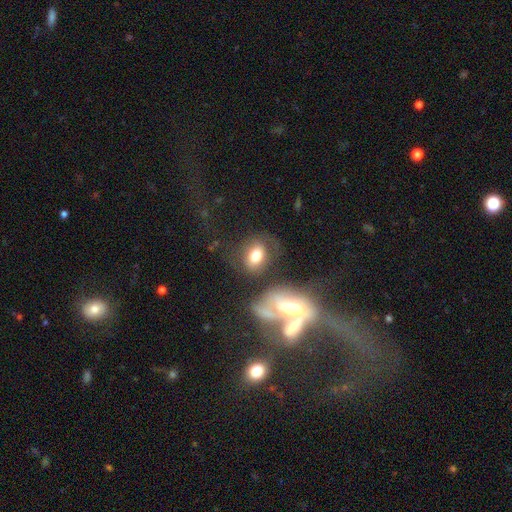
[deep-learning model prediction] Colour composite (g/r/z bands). It shows a smooth galaxy with no disk features (74%) that is in between round and cigar-shaped (68%). Merging: none (61%).